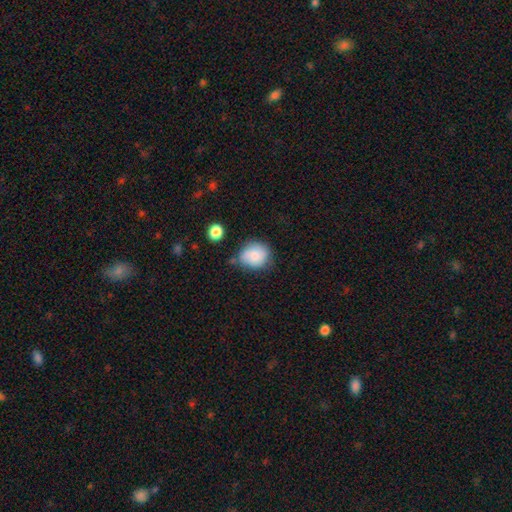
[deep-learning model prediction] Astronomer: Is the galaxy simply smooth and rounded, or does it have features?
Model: smooth — 78%.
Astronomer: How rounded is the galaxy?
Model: round — 73%.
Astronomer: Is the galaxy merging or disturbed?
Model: none — 61%.